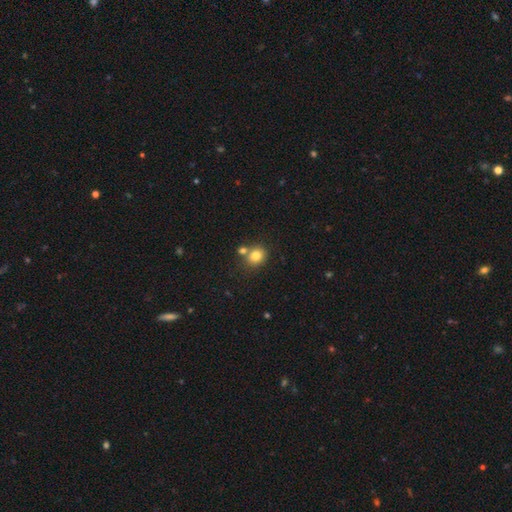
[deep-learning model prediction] Smooth or featured?
  - smooth: 80% *
  - star or artifact: 12%
  - featured or disk: 9%
How rounded?
  - round: 77% *
  - in between: 22%
  - cigar-shaped: 1%
Merging?
  - none: 65% *
  - merger: 22%
  - minor disturbance: 10%
  - major disturbance: 3%